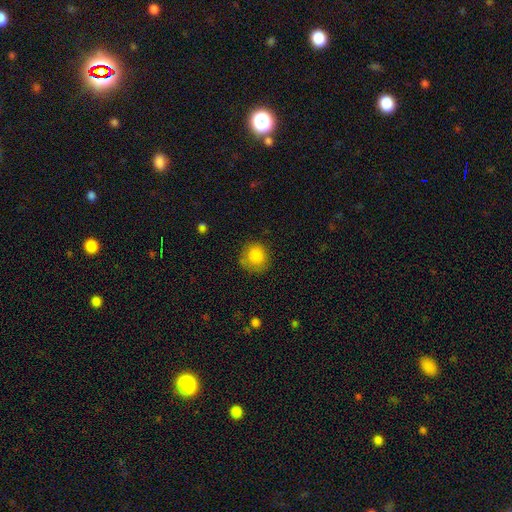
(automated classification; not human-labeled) smooth_or_featured: smooth (p=0.85) [alt: star or artifact p=0.09]
how_rounded: round (p=0.88) [alt: in between p=0.11]
merging: none (p=0.75) [alt: minor disturbance p=0.18]